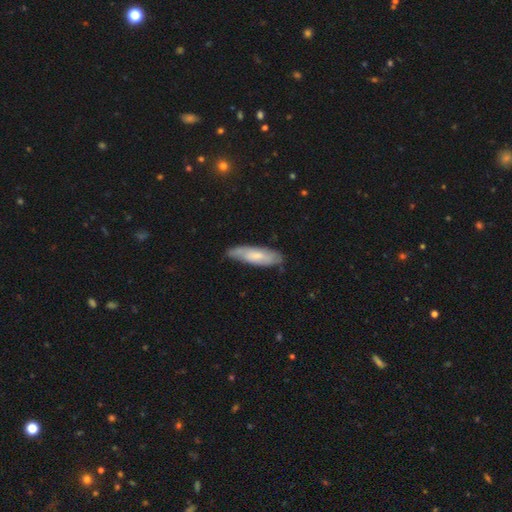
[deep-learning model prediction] Smooth or featured? Predicted: smooth (p=0.60). How rounded? Predicted: cigar-shaped (p=0.54). Merging? Predicted: none (p=0.70).